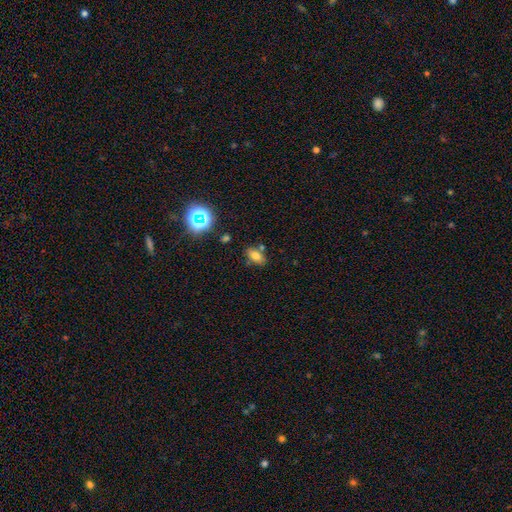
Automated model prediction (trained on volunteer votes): Smooth or featured: smooth — 72% (star or artifact — 16%)
How rounded: in between — 85% (round — 11%)
Merging: none — 74% (minor disturbance — 14%)